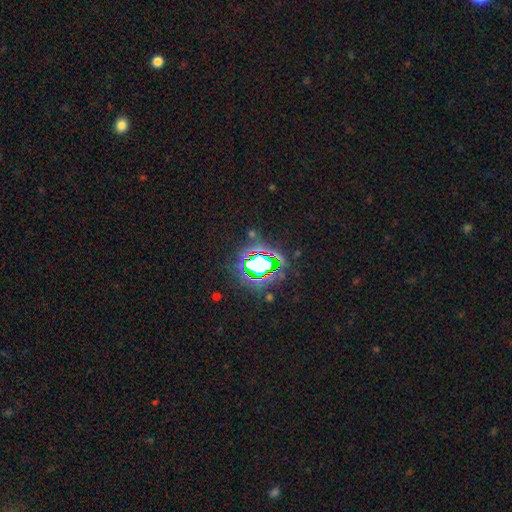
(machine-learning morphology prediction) The model was most divided on "smooth or featured": star or artifact: 80%, smooth: 12%, featured or disk: 7%.